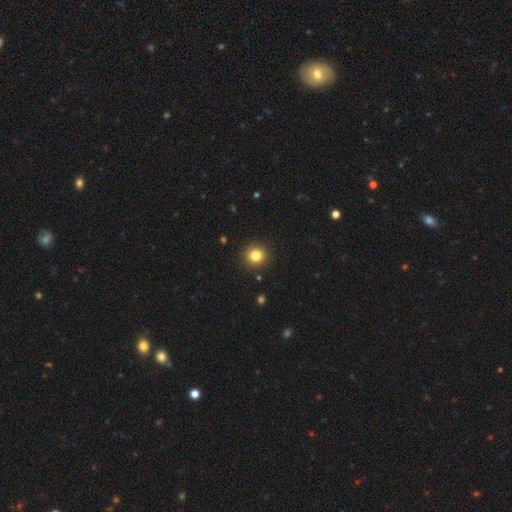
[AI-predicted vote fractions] This is clearly a smooth galaxy (83%). How rounded: clearly round (89%). Merging: clearly none (91%).